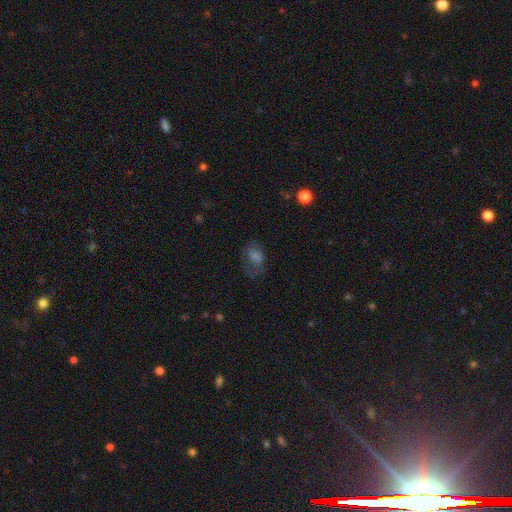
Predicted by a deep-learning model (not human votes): Smooth or featured? Predicted: smooth (p=0.49). Merging? Predicted: none (p=0.50).